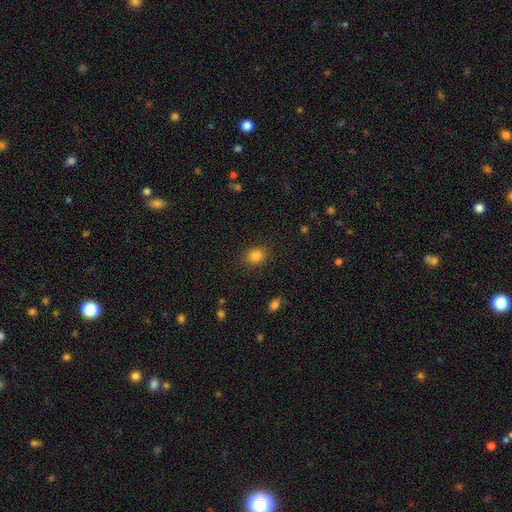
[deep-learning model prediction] A smooth galaxy with no disk features (84%) that is round (63%). Merging: none (87%).